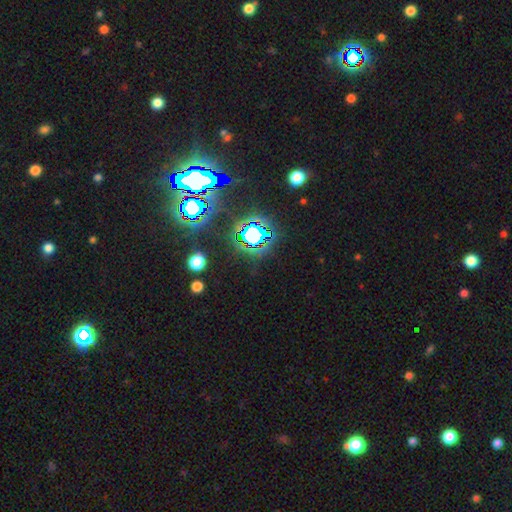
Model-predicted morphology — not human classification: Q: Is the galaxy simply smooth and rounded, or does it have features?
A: star or artifact — 82%.